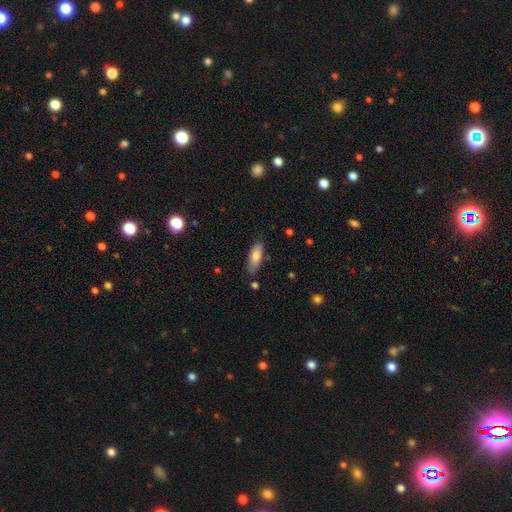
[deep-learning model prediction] Smooth or featured? smooth (79%)
How rounded? in between (67%)
Merging? none (77%)